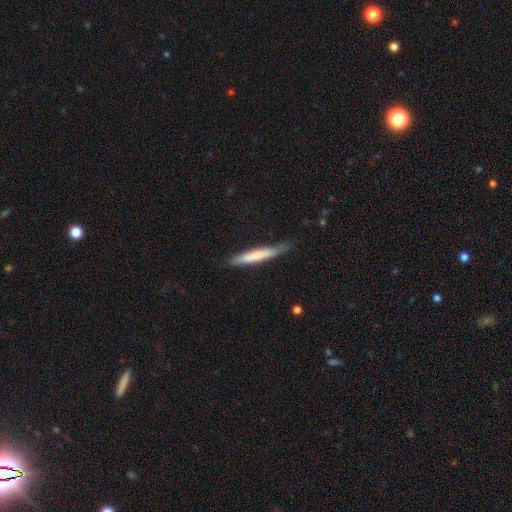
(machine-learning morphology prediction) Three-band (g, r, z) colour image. It shows a smooth galaxy with no disk features (70%) that is cigar-shaped (93%). Merging: none (73%).